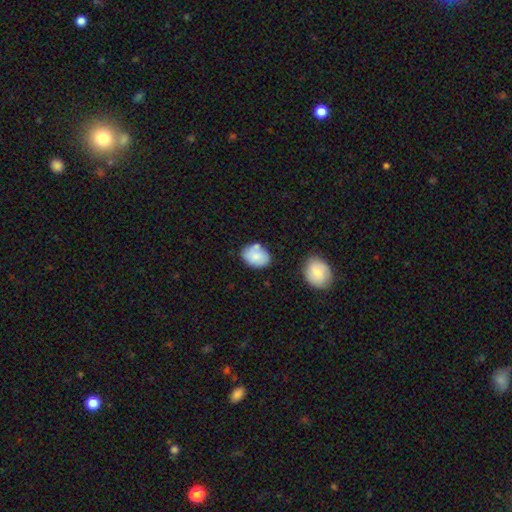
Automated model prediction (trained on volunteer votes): smooth-or-featured: smooth: 80% | featured or disk: 13% | star or artifact: 7%
  how-rounded: in between: 71% | round: 28% | cigar-shaped: 1%
  merging: none: 66% | minor disturbance: 19% | merger: 11% | major disturbance: 4%